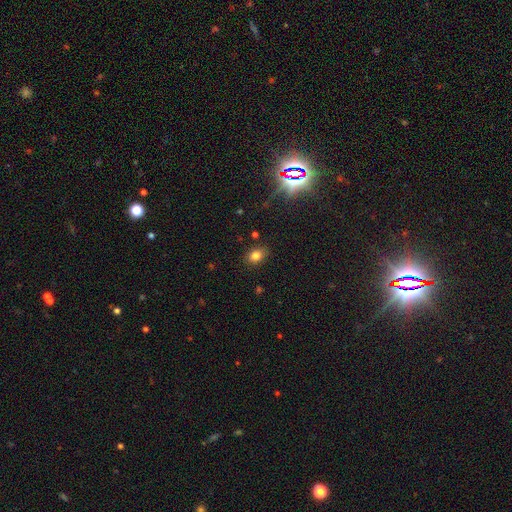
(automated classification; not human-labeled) Q: Smooth or featured?
A: smooth (80%); runner-up: star or artifact (13%)
Q: How rounded?
A: in between (62%); runner-up: round (37%)
Q: Merging?
A: none (84%); runner-up: minor disturbance (12%)